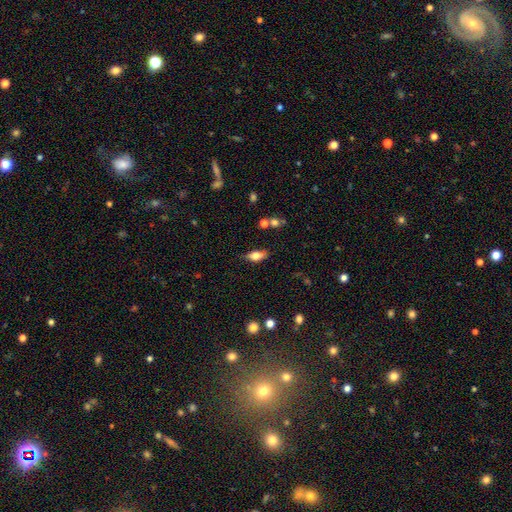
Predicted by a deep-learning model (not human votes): Smooth or featured?
  - smooth: 65% *
  - featured or disk: 26%
  - star or artifact: 8%
How rounded?
  - in between: 76% *
  - cigar-shaped: 19%
  - round: 4%
Merging?
  - none: 75% *
  - minor disturbance: 18%
  - major disturbance: 4%
  - merger: 3%